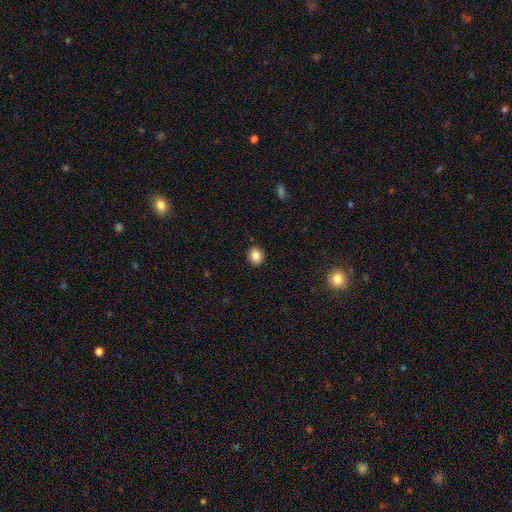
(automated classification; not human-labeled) A smooth galaxy with no disk features (85%) that is round (73%). Merging: none (91%).